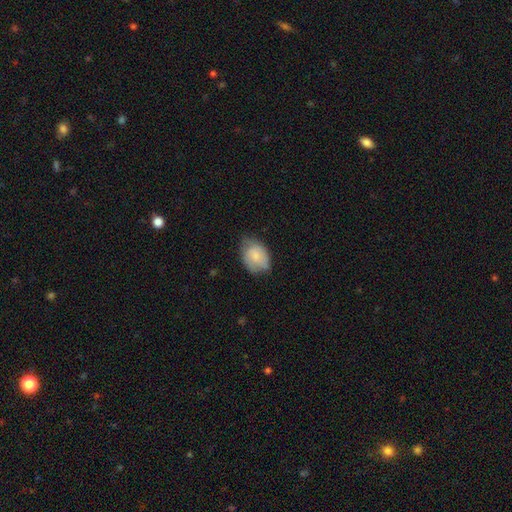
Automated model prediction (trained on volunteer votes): A smooth galaxy with no disk features (77%) that is in between round and cigar-shaped (74%). Merging: none (53%).